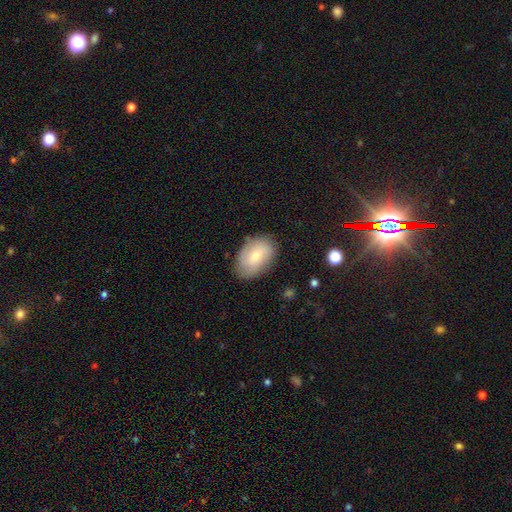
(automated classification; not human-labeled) Smooth or featured?
  - smooth: 68% *
  - featured or disk: 25%
  - star or artifact: 7%
How rounded?
  - in between: 86% *
  - round: 12%
  - cigar-shaped: 1%
Merging?
  - none: 78% *
  - minor disturbance: 16%
  - major disturbance: 4%
  - merger: 1%